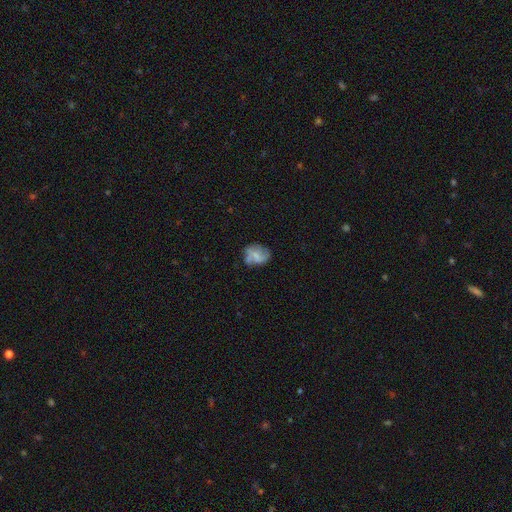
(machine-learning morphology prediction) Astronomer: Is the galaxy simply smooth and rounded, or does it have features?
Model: featured or disk — 55% (runner-up: smooth, 36%).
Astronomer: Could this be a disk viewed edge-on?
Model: no — 97%.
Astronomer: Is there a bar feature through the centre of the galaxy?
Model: no — 44% (runner-up: weak, 42%).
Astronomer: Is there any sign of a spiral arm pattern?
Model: yes — 75%.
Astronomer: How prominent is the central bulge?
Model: small — 44% (runner-up: moderate, 27%).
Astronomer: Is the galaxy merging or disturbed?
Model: none — 54%.